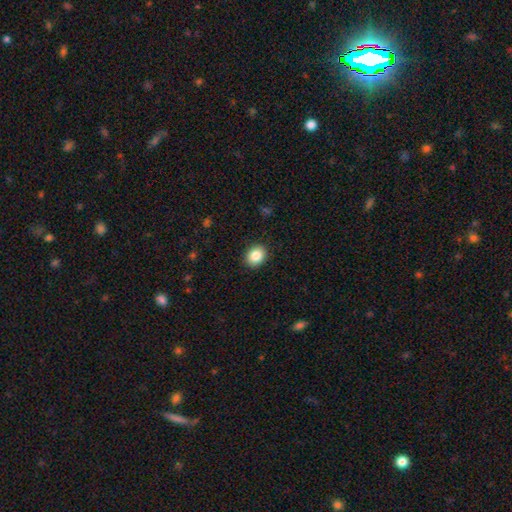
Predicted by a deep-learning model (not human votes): Smooth or featured? Predicted: smooth (p=0.87). How rounded? Predicted: round (p=0.53). Merging? Predicted: none (p=0.90).